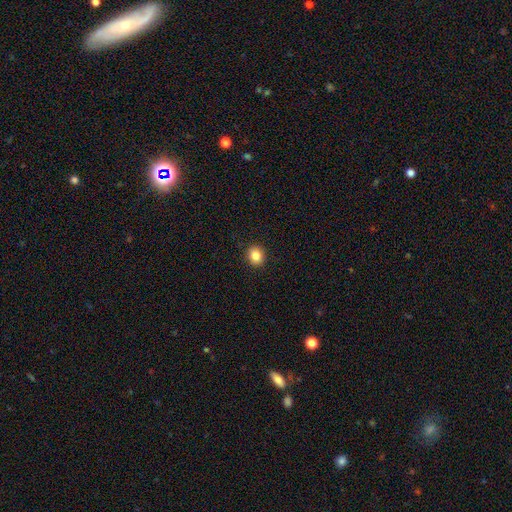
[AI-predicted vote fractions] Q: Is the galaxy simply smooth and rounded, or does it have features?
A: smooth — 85%.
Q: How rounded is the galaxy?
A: round — 75%.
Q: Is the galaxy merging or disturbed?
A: none — 92%.